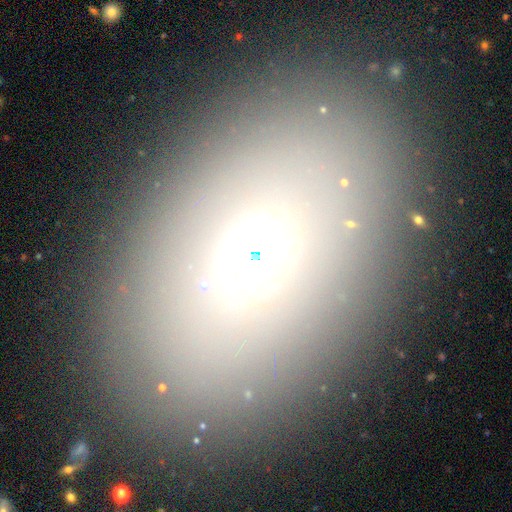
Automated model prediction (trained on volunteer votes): A smooth galaxy with no disk features (64%) that is in between round and cigar-shaped (84%). Merging: none (86%).